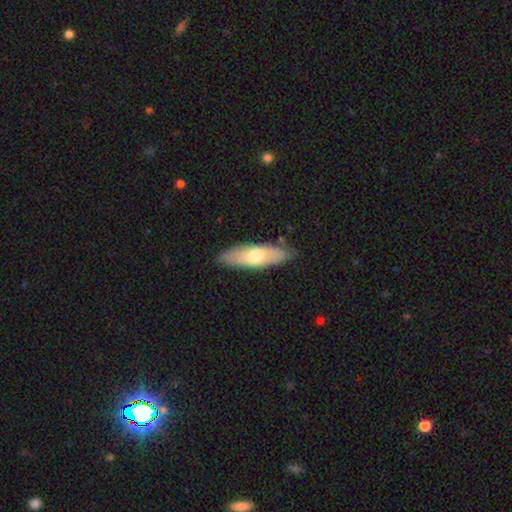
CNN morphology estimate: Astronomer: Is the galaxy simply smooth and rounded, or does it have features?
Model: smooth — 63%.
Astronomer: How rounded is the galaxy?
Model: in between — 53% (runner-up: cigar-shaped, 45%).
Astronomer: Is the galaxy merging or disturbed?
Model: none — 83%.